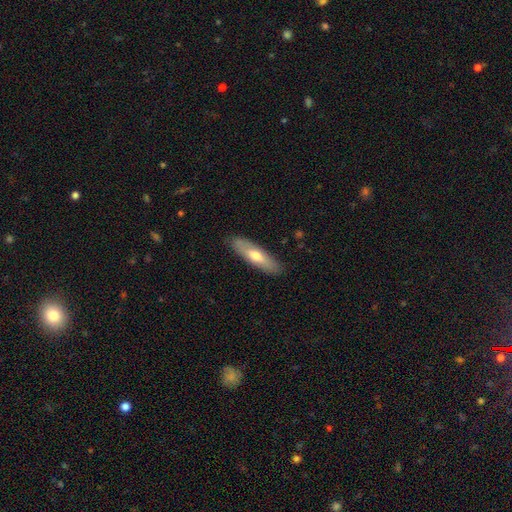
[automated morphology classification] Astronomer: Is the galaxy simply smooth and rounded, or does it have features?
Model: smooth — 59% (runner-up: featured or disk, 35%).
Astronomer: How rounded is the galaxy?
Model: cigar-shaped — 60% (runner-up: in between, 38%).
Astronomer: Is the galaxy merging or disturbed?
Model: none — 87%.